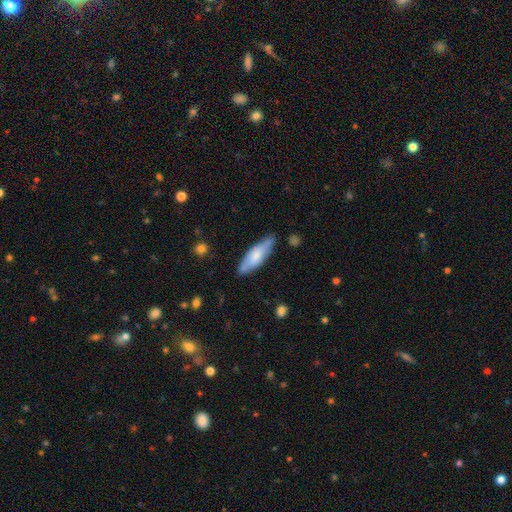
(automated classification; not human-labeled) Smooth or featured: smooth — 58% (featured or disk — 36%)
How rounded: cigar-shaped — 52% (in between — 46%)
Merging: none — 77% (minor disturbance — 18%)